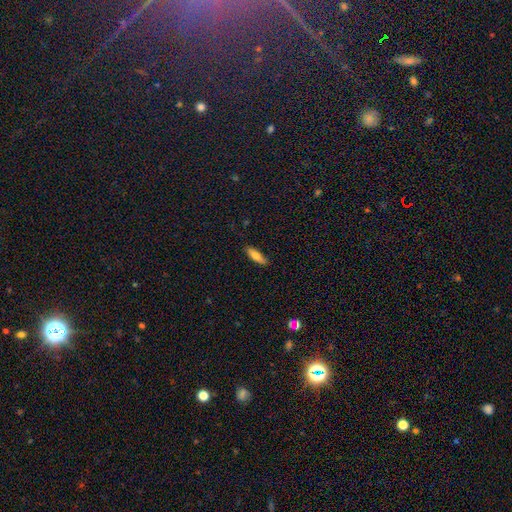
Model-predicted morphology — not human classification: Smooth or featured? Predicted: smooth (p=0.71). How rounded? Predicted: in between (p=0.49, tied with cigar-shaped). Merging? Predicted: none (p=0.87).